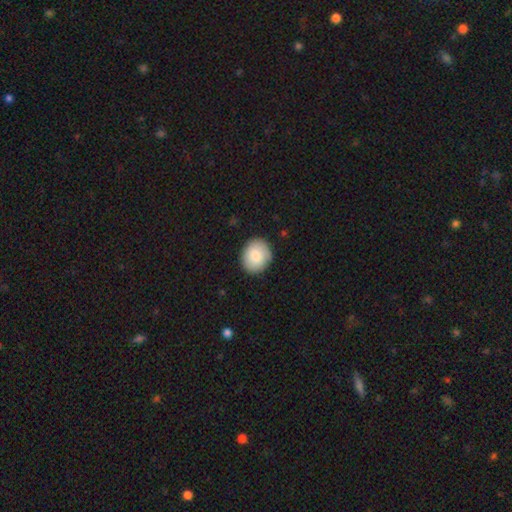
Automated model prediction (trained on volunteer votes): smooth 85%, featured or disk 9%, star or artifact 7%. Down the decision tree: how rounded — round (67%); merging — none (85%).